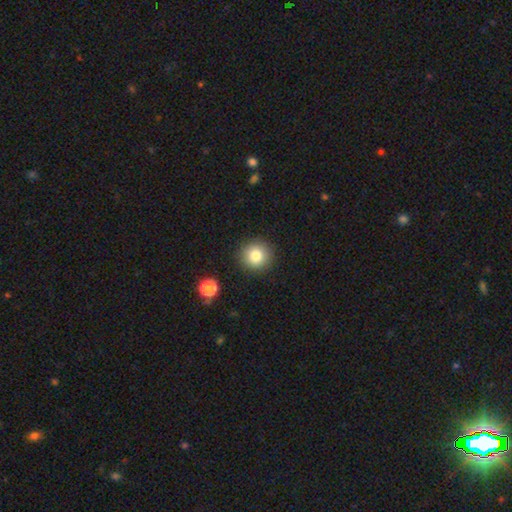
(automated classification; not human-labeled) Smooth or featured?
  - smooth: 81% *
  - star or artifact: 11%
  - featured or disk: 8%
How rounded?
  - round: 94% *
  - in between: 5%
  - cigar-shaped: 1%
Merging?
  - none: 90% *
  - minor disturbance: 6%
  - major disturbance: 2%
  - merger: 2%